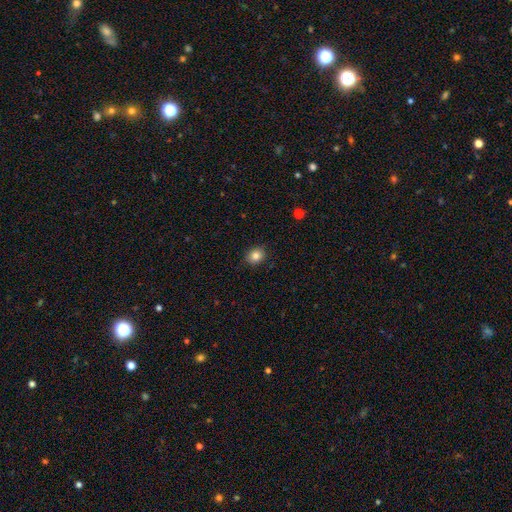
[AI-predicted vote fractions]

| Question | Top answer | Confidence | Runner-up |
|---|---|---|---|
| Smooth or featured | smooth | 84% | star or artifact (10%) |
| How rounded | round | 65% | in between (34%) |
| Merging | none | 87% | minor disturbance (10%) |